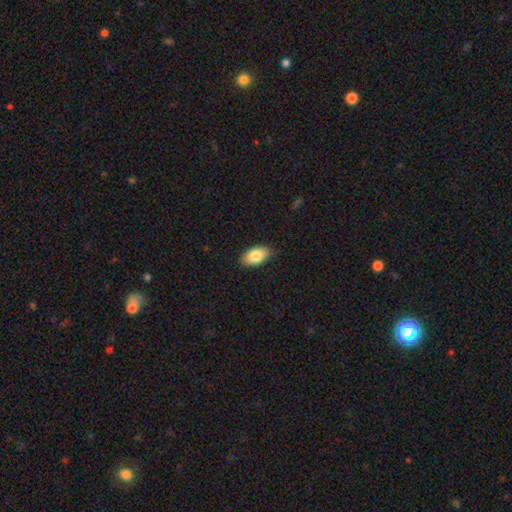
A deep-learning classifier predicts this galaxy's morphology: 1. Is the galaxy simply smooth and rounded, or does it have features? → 83% smooth, 10% featured or disk, 7% star or artifact.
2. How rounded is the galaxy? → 93% in between, 4% round, 2% cigar-shaped.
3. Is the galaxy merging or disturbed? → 84% none, 13% minor disturbance, 2% major disturbance, 1% merger.